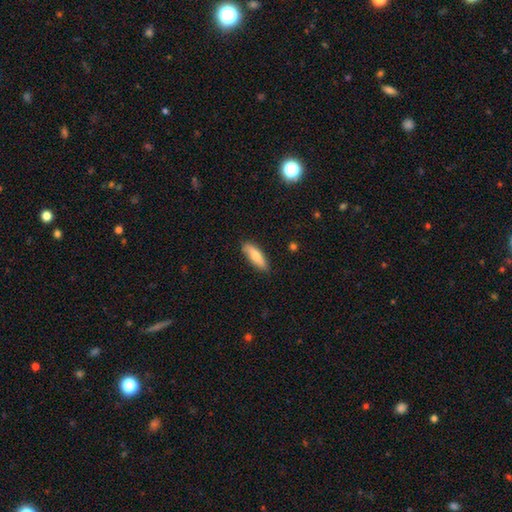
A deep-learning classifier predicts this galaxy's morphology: Smooth or featured?
  - smooth: 76% *
  - featured or disk: 18%
  - star or artifact: 6%
How rounded?
  - cigar-shaped: 51% *
  - in between: 47%
  - round: 2%
Merging?
  - none: 83% *
  - minor disturbance: 13%
  - major disturbance: 2%
  - merger: 1%